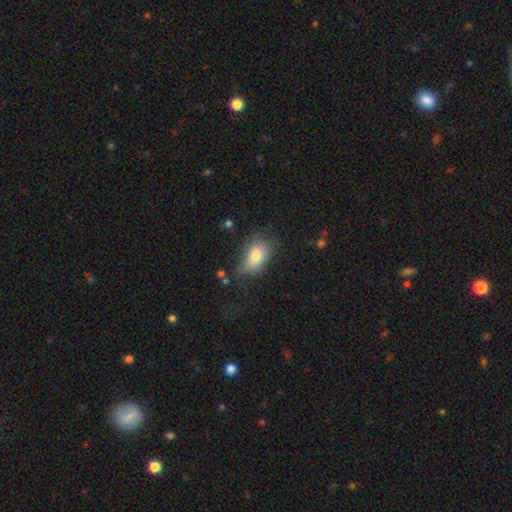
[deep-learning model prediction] Smooth or featured? Predicted: smooth (p=0.81). How rounded? Predicted: in between (p=0.87). Merging? Predicted: none (p=0.52).